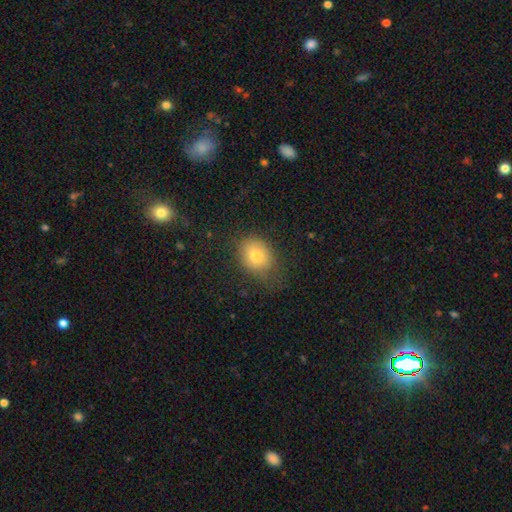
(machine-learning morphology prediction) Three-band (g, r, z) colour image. It shows a smooth galaxy with no disk features (76%) that is in between round and cigar-shaped (53%). Merging: none (67%).